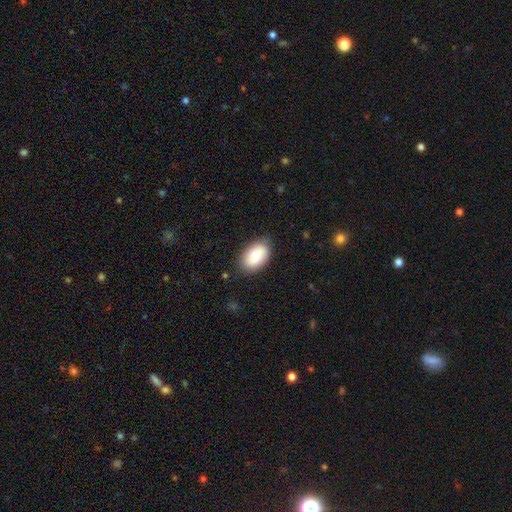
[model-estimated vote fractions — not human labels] Smooth or featured? smooth (80%)
How rounded? in between (92%)
Merging? none (82%)